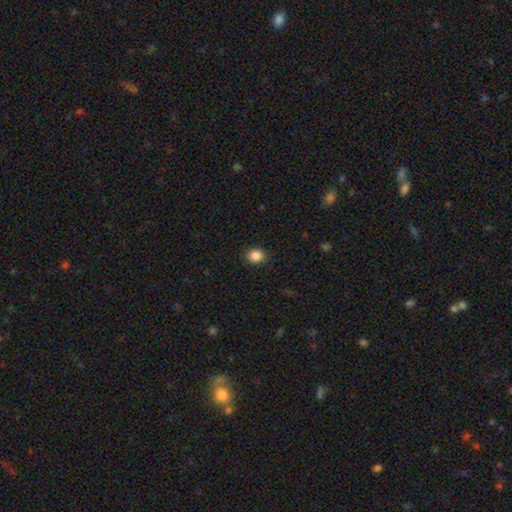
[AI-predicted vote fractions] Overall: smooth (86%). How rounded: round (70%). Merging: none (90%).